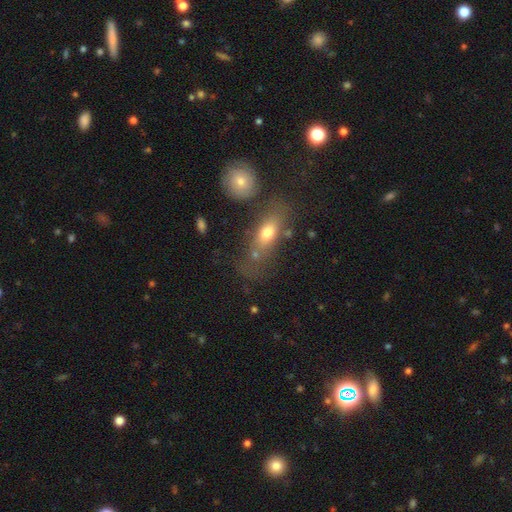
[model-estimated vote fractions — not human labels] Q: Smooth or featured?
A: smooth (63%); runner-up: featured or disk (22%)
Q: How rounded?
A: in between (65%); runner-up: cigar-shaped (23%)
Q: Merging?
A: none (56%); runner-up: minor disturbance (17%)